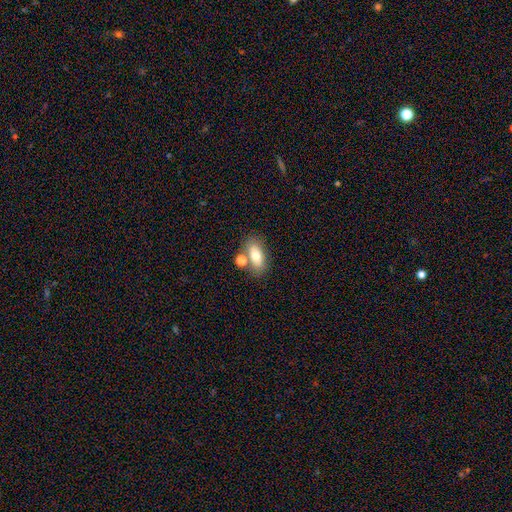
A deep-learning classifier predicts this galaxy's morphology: Smooth or featured?
  - smooth: 73% *
  - featured or disk: 19%
  - star or artifact: 8%
How rounded?
  - in between: 82% *
  - cigar-shaped: 10%
  - round: 8%
Merging?
  - none: 63% *
  - merger: 21%
  - minor disturbance: 12%
  - major disturbance: 4%